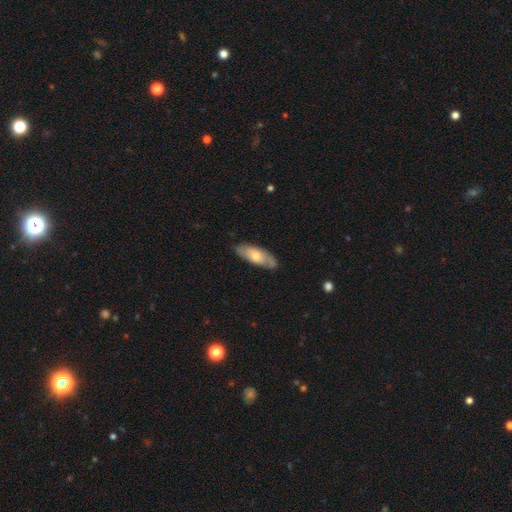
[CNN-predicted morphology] smooth-or-featured: smooth: 60% | featured or disk: 34% | star or artifact: 5%
  how-rounded: in between: 71% | cigar-shaped: 27% | round: 2%
  merging: none: 75% | minor disturbance: 20% | major disturbance: 4% | merger: 2%